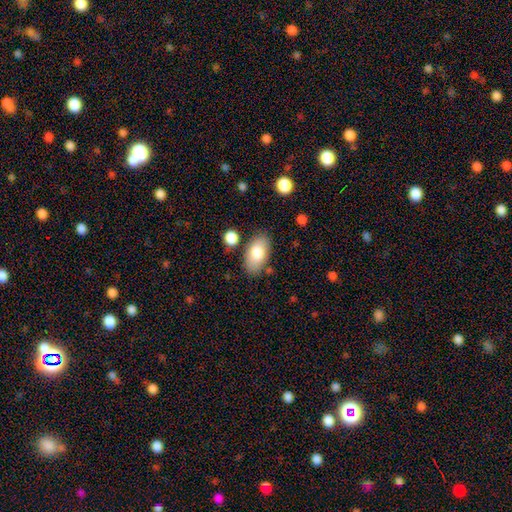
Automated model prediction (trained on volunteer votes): The model was most divided on "smooth or featured": smooth: 77%, featured or disk: 14%, star or artifact: 9%. More confident: how rounded — in between (93%); merging — none (85%).